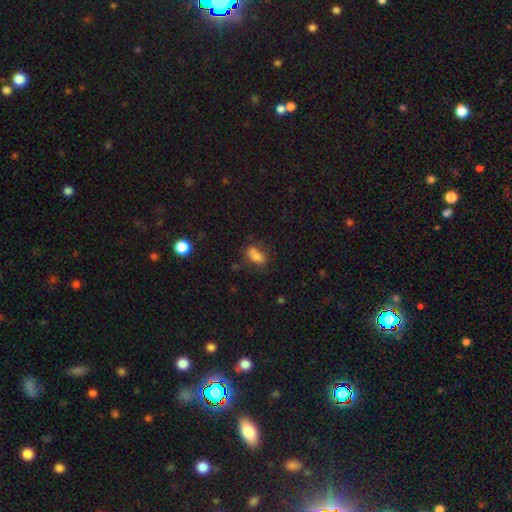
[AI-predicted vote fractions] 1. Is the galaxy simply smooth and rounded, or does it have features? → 80% smooth, 11% star or artifact, 9% featured or disk.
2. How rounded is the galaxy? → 86% in between, 10% round, 4% cigar-shaped.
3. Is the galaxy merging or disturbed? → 56% none, 25% minor disturbance, 9% major disturbance, 9% merger.